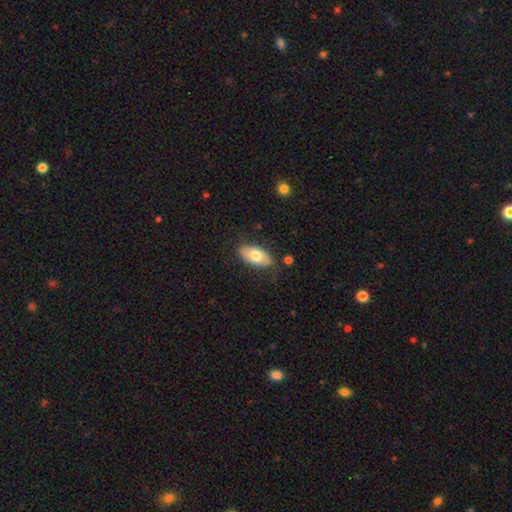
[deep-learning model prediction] Overall: smooth (72%). How rounded: in between (93%). Merging: none (80%).